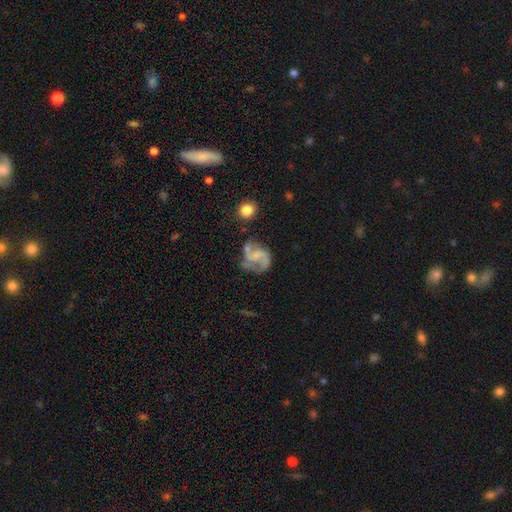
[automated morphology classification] smooth_or_featured: featured or disk (p=0.76) [alt: smooth p=0.16]
disk_edge_on: no (p=0.98) [alt: yes p=0.02]
bar: no (p=0.49) [alt: weak p=0.40]
has_spiral_arms: yes (p=0.91) [alt: no p=0.09]
spiral_winding: loose (p=0.44) [alt: medium p=0.43]
spiral_arm_count: 2 (p=0.84) [alt: can't tell p=0.06]
bulge_size: none (p=0.45) [alt: small p=0.37]
merging: none (p=0.51) [alt: minor disturbance p=0.23]